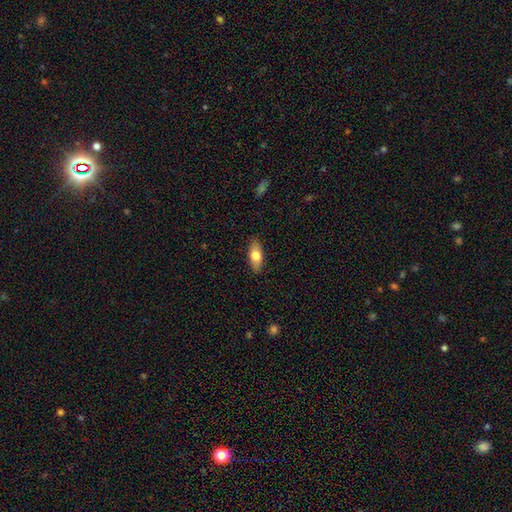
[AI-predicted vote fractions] Smooth or featured? smooth (71%)
How rounded? in between (81%)
Merging? none (87%)